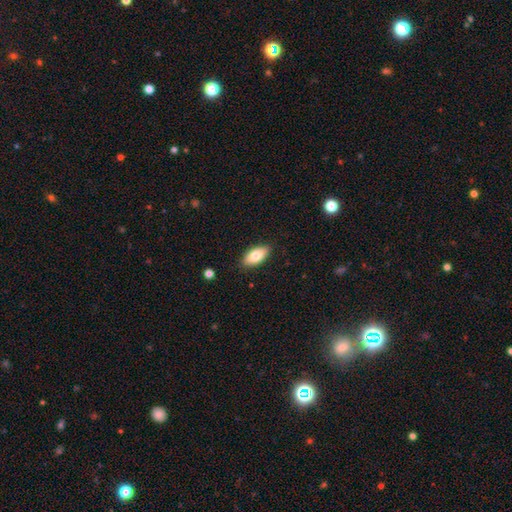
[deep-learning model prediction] Q: Smooth or featured?
A: smooth (78%); runner-up: featured or disk (15%)
Q: How rounded?
A: in between (89%); runner-up: cigar-shaped (9%)
Q: Merging?
A: none (87%); runner-up: minor disturbance (10%)